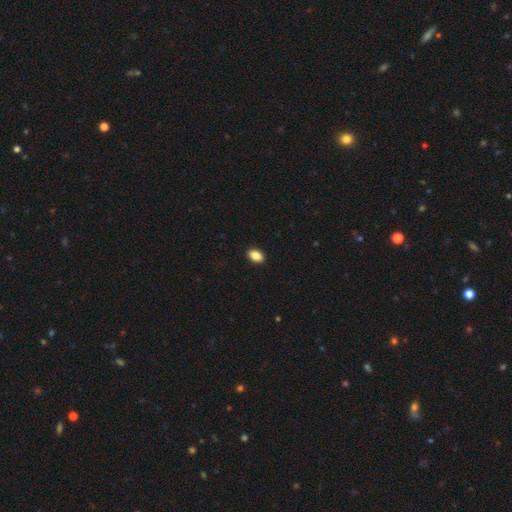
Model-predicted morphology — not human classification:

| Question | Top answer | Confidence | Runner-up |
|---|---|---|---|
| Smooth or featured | smooth | 88% | star or artifact (8%) |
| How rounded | in between | 80% | round (19%) |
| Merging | none | 92% | minor disturbance (6%) |